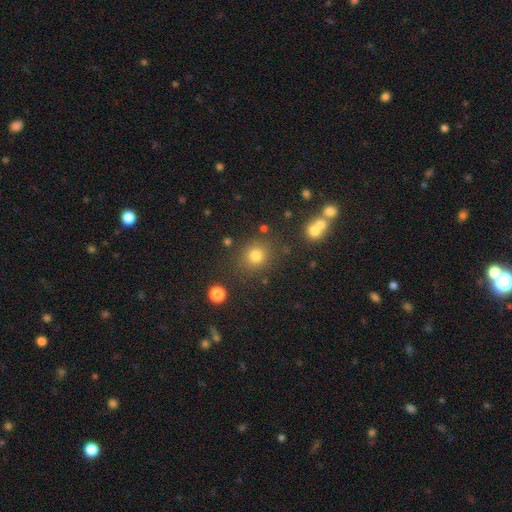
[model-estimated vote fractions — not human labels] This appears to be a smooth galaxy with no disk features (77%) that is round (82%). Merging: none (82%).